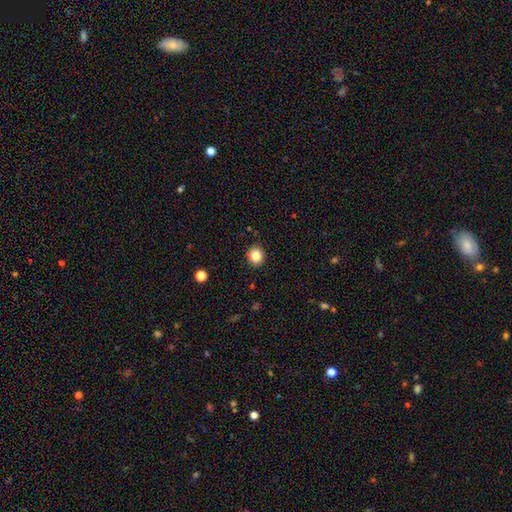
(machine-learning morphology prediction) A smooth galaxy with no disk features (84%) that is round (81%). Merging: none (89%).